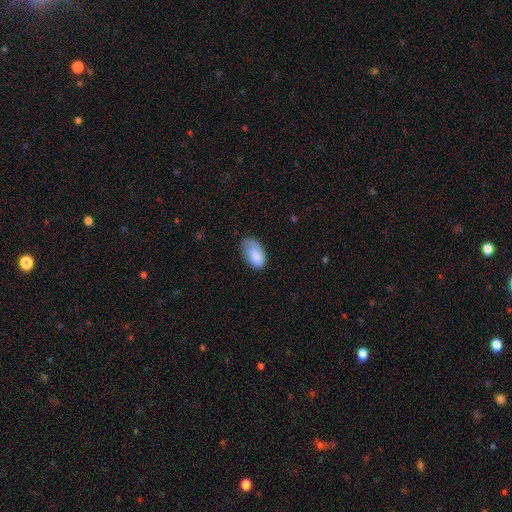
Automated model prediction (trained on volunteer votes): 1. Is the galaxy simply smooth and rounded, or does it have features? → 75% smooth, 19% featured or disk, 6% star or artifact.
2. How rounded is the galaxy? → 94% in between, 5% round, 2% cigar-shaped.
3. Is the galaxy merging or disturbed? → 51% none, 33% minor disturbance, 14% major disturbance, 2% merger.